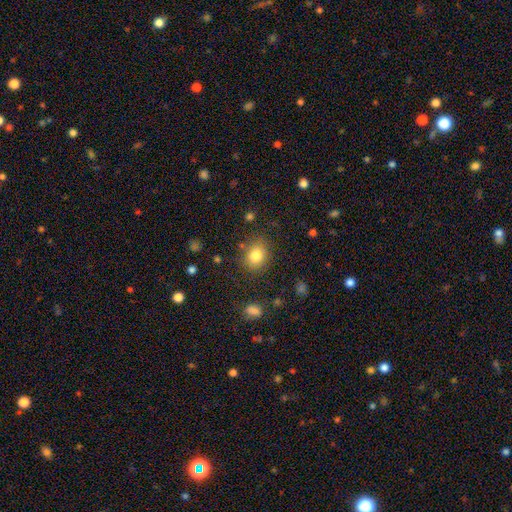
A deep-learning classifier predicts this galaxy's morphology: Smooth or featured?
  - smooth: 81% *
  - star or artifact: 11%
  - featured or disk: 8%
How rounded?
  - round: 58% *
  - in between: 41%
  - cigar-shaped: 1%
Merging?
  - none: 79% *
  - minor disturbance: 14%
  - major disturbance: 4%
  - merger: 3%